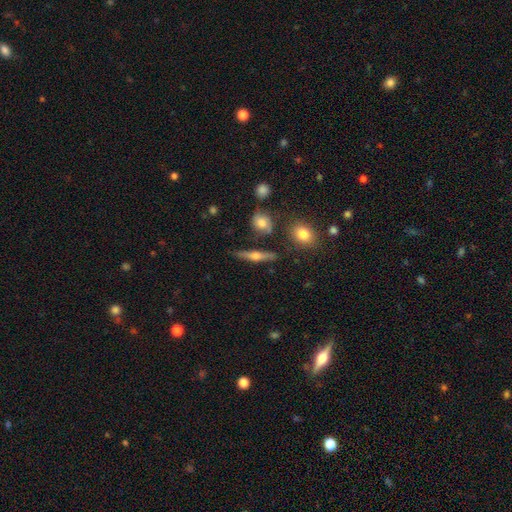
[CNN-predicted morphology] A featured or disk galaxy (60%) viewed edge-on (94%) with a rounded central bulge (92%). Merging: none (79%).